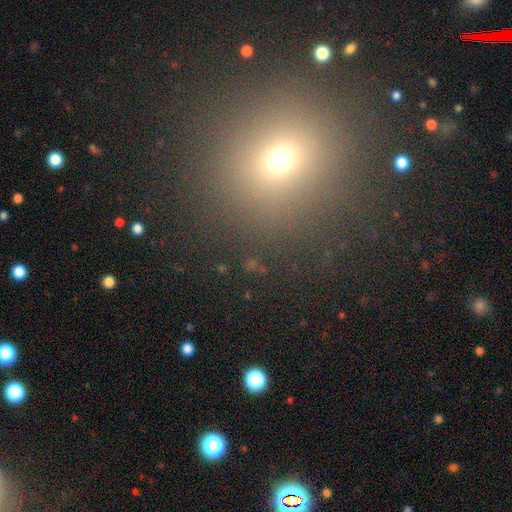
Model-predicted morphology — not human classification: type=smooth (54%); roundness=round (89%); merging=none (89%).